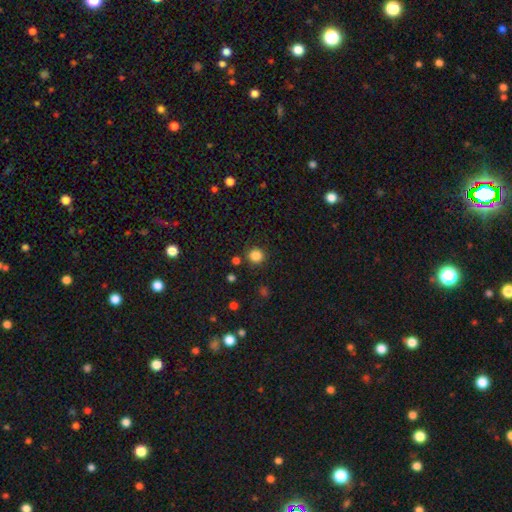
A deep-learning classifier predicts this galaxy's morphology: Q: Smooth or featured?
A: smooth (84%); runner-up: star or artifact (12%)
Q: How rounded?
A: round (93%); runner-up: in between (6%)
Q: Merging?
A: none (87%); runner-up: minor disturbance (7%)